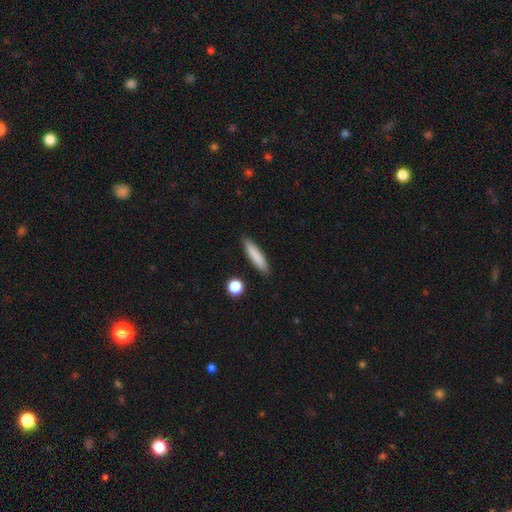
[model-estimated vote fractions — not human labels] The model was most divided on "how rounded": cigar-shaped: 84%, in between: 15%, round: 2%. More confident: merging — none (89%); smooth or featured — smooth (84%).